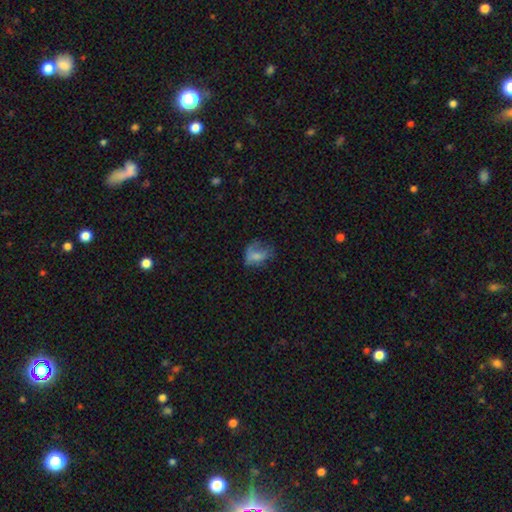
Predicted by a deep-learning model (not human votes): smooth_or_featured: smooth (p=0.61) [alt: featured or disk p=0.26]
how_rounded: in between (p=0.67) [alt: round p=0.31]
merging: none (p=0.37) [alt: major disturbance p=0.34]